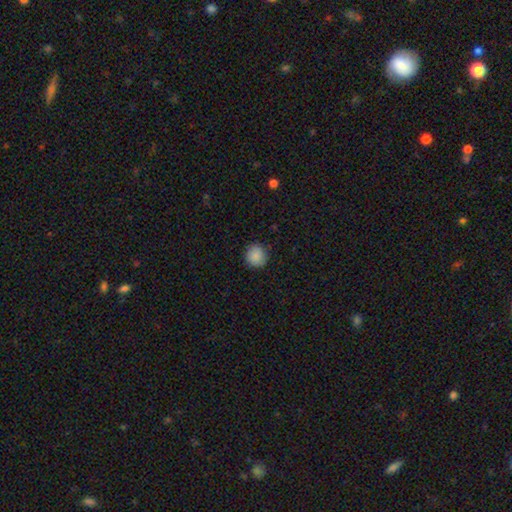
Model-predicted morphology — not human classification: type=smooth (88%); roundness=round (91%); merging=none (89%).